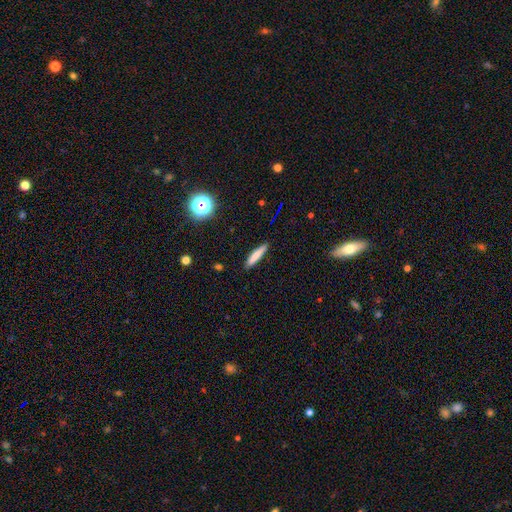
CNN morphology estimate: Q: Smooth or featured?
A: smooth (77%); runner-up: featured or disk (15%)
Q: How rounded?
A: cigar-shaped (88%); runner-up: in between (11%)
Q: Merging?
A: none (89%); runner-up: minor disturbance (8%)